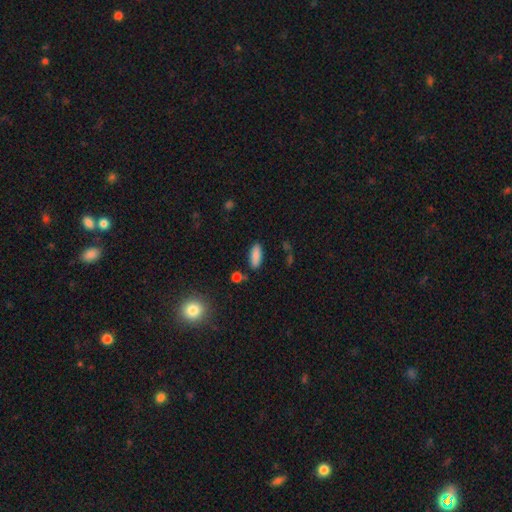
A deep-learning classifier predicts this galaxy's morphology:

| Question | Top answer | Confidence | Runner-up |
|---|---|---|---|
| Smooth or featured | smooth | 87% | star or artifact (8%) |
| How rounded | in between | 68% | cigar-shaped (30%) |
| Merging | none | 85% | minor disturbance (10%) |